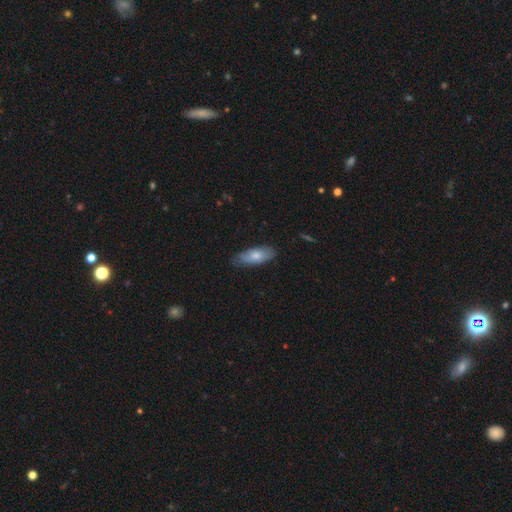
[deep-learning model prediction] Smooth or featured?
  - smooth: 69% *
  - featured or disk: 25%
  - star or artifact: 6%
How rounded?
  - in between: 78% *
  - cigar-shaped: 20%
  - round: 2%
Merging?
  - none: 74% *
  - minor disturbance: 22%
  - major disturbance: 3%
  - merger: 1%